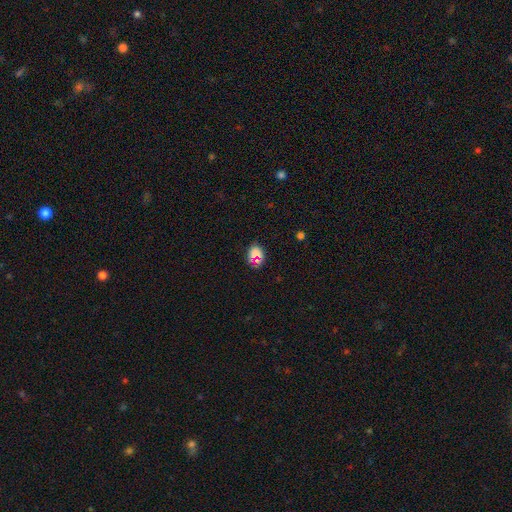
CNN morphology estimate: smooth_or_featured: smooth (p=0.68) [alt: star or artifact p=0.23]
how_rounded: round (p=0.52) [alt: in between p=0.46]
merging: none (p=0.75) [alt: minor disturbance p=0.15]